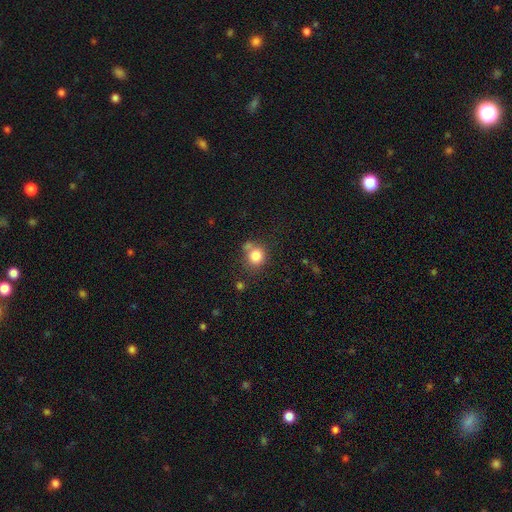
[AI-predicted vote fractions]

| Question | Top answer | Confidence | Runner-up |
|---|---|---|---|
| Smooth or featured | smooth | 82% | star or artifact (11%) |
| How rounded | round | 81% | in between (18%) |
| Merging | none | 60% | merger (17%) |